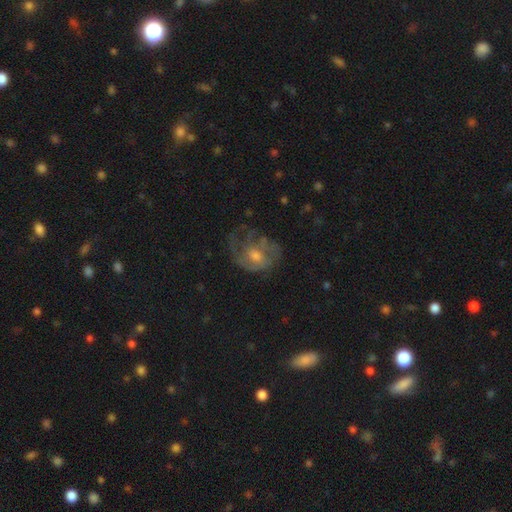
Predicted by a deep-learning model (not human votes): Smooth or featured? Predicted: featured or disk (p=0.62). Edge-on disk? Predicted: no (p=0.97). Bar? Predicted: no (p=0.67). Spiral arms? Predicted: yes (p=0.63). Bulge size? Predicted: moderate (p=0.55). Merging? Predicted: none (p=0.44).